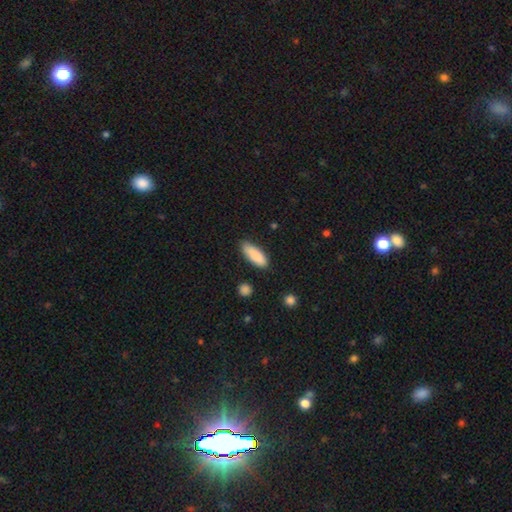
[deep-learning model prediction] Smooth or featured?
  - smooth: 88% *
  - star or artifact: 6%
  - featured or disk: 6%
How rounded?
  - in between: 62% *
  - cigar-shaped: 36%
  - round: 2%
Merging?
  - none: 81% *
  - minor disturbance: 14%
  - major disturbance: 3%
  - merger: 2%